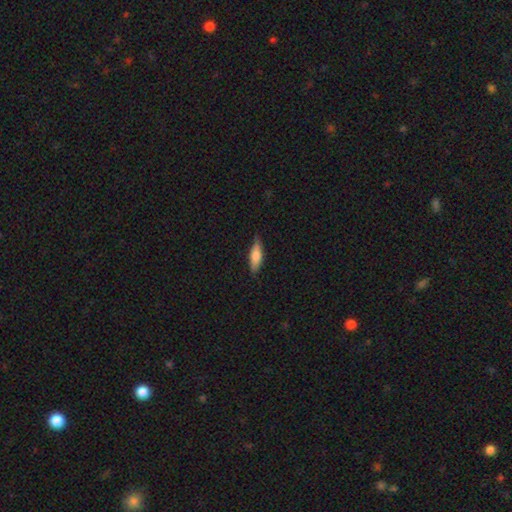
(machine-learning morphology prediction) Smooth or featured? Predicted: smooth (p=0.69). How rounded? Predicted: cigar-shaped (p=0.56). Merging? Predicted: none (p=0.81).